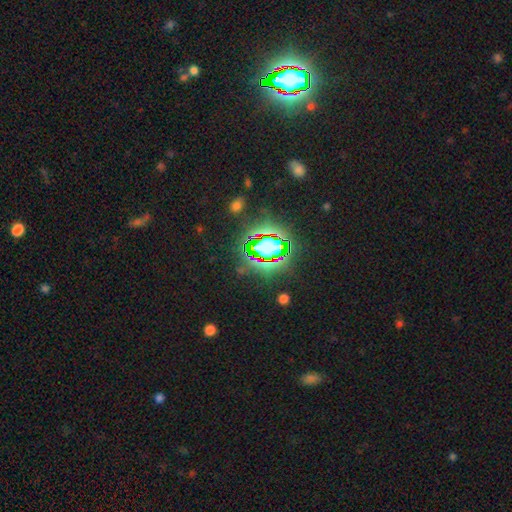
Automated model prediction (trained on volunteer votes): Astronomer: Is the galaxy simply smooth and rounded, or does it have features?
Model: star or artifact — 82%.